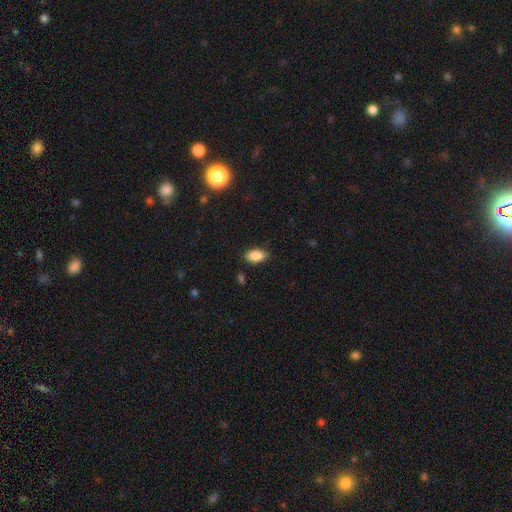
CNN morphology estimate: smooth-or-featured: smooth: 88% | star or artifact: 8% | featured or disk: 4%
  how-rounded: in between: 92% | round: 4% | cigar-shaped: 3%
  merging: none: 83% | minor disturbance: 13% | major disturbance: 3% | merger: 1%